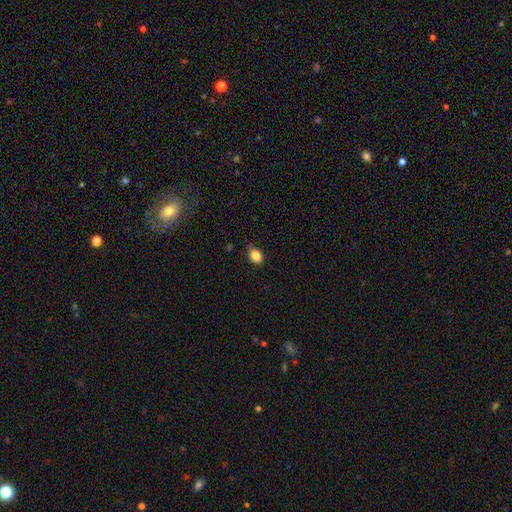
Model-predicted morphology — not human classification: This appears to be a smooth galaxy with no disk features (86%) that is in between round and cigar-shaped (73%). Merging: none (74%).